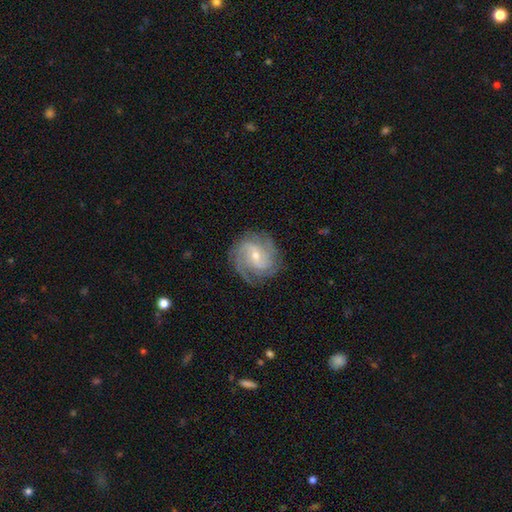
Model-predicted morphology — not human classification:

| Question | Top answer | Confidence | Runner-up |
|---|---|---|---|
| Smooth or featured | featured or disk | 86% | smooth (8%) |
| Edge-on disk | no | 97% | yes (3%) |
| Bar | weak | 49% | no (34%) |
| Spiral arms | yes | 97% | no (3%) |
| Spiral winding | tight | 51% | medium (39%) |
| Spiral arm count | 3 | 31% | 2 (25%) |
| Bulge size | small | 65% | moderate (32%) |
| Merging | none | 78% | minor disturbance (15%) |